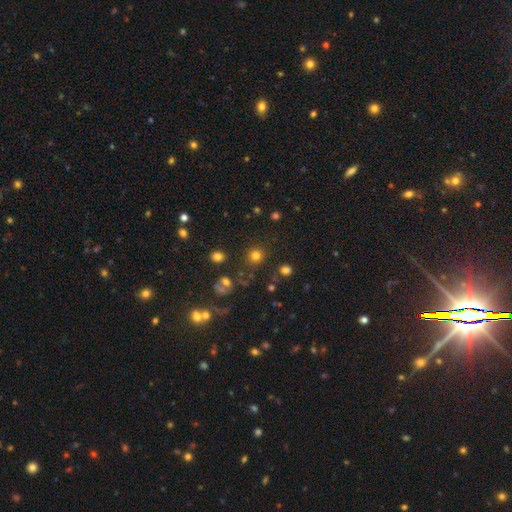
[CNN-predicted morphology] smooth 77%, star or artifact 16%, featured or disk 6%. Down the decision tree: how rounded — round (92%); merging — none (83%).